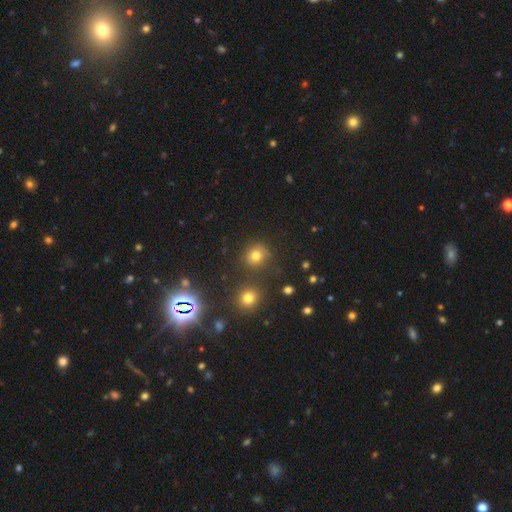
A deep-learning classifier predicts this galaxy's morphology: This is likely a smooth galaxy (72%). How rounded: clearly round (85%). Merging: likely none (78%).